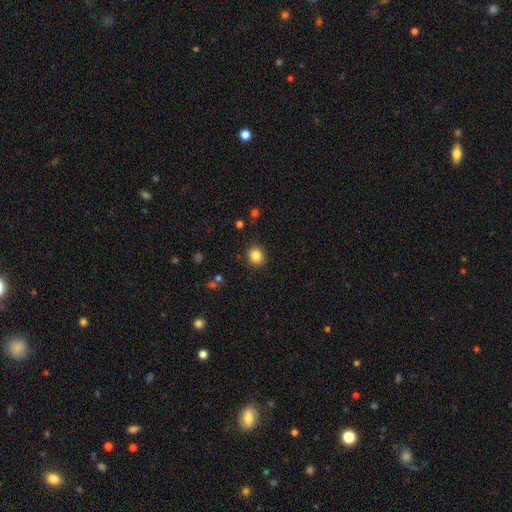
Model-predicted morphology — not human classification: A smooth galaxy with no disk features (84%) that is round (79%).

Vote fractions:
- Smooth or featured? smooth: 84% / star or artifact: 11% / featured or disk: 5%
- How rounded? round: 79% / in between: 20% / cigar-shaped: 1%
- Merging? none: 90% / minor disturbance: 7% / major disturbance: 2% / merger: 1%